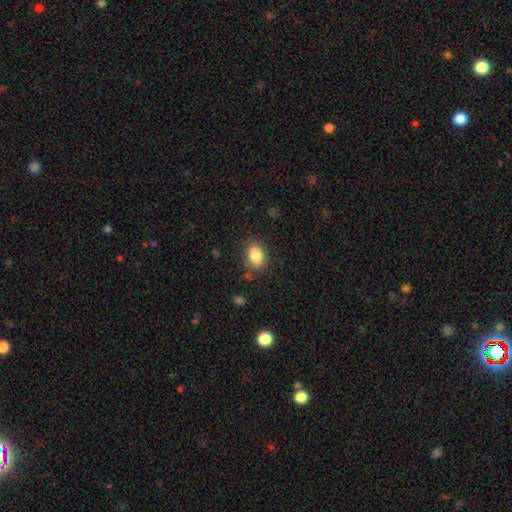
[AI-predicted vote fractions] This is clearly a smooth galaxy (85%). How rounded: likely in between (77%). Merging: clearly none (82%).